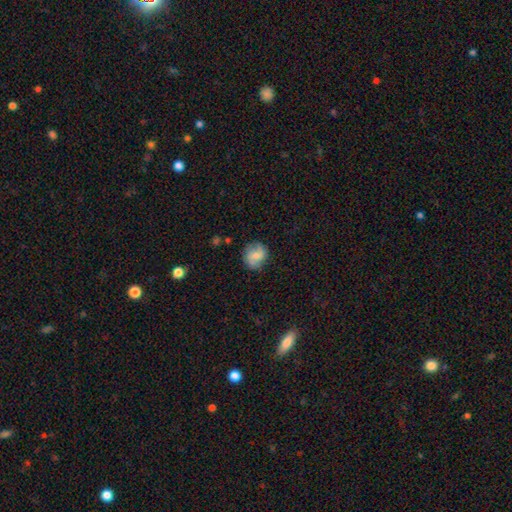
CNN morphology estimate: Smooth or featured? Predicted: smooth (p=0.60). How rounded? Predicted: round (p=0.77). Merging? Predicted: none (p=0.75).